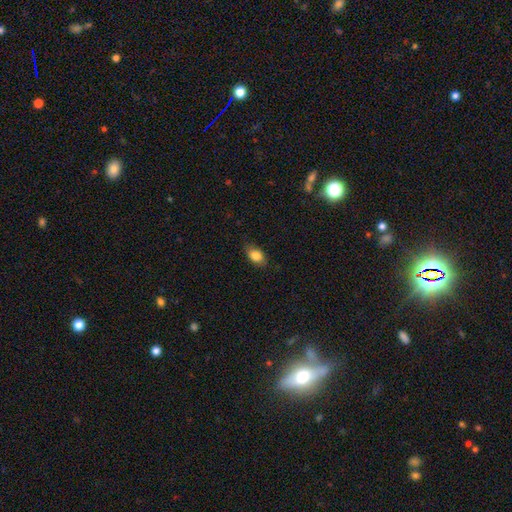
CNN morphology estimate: type=smooth (85%); roundness=in between (87%); merging=none (82%).